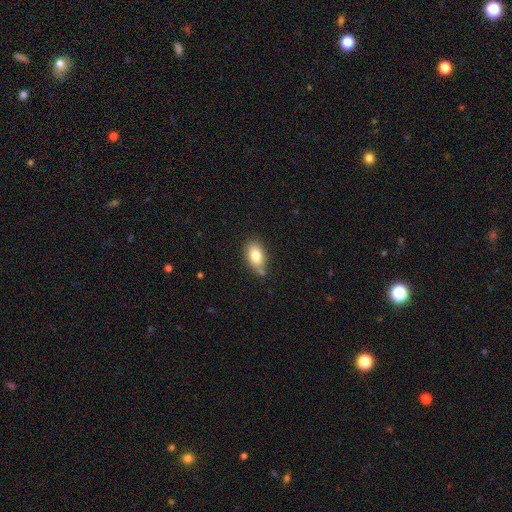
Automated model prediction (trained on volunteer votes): A smooth galaxy with no disk features (81%) that is in between round and cigar-shaped (89%).

Vote fractions:
- Smooth or featured? smooth: 81% / featured or disk: 11% / star or artifact: 8%
- How rounded? in between: 89% / round: 8% / cigar-shaped: 3%
- Merging? none: 67% / minor disturbance: 25% / merger: 5% / major disturbance: 4%